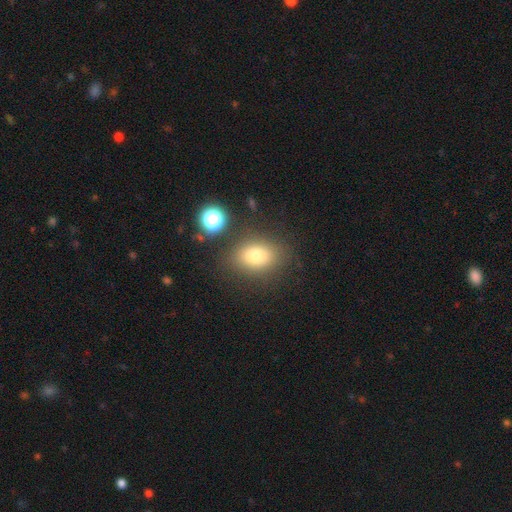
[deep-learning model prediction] Overall: smooth (75%). How rounded: in between (68%; round 30%). Merging: none (80%).